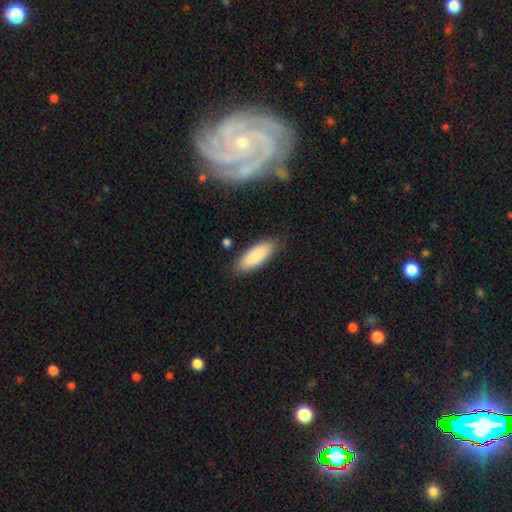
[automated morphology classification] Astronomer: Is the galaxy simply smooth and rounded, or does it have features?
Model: smooth — 86%.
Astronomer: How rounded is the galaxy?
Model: in between — 76%.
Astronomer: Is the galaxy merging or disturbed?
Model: none — 83%.